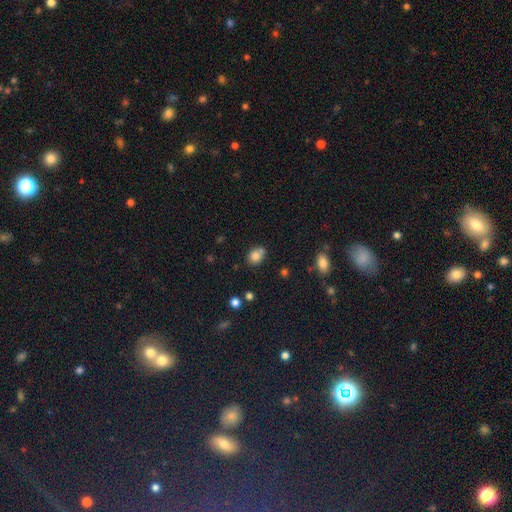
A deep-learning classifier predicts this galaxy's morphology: smooth 80%, star or artifact 12%, featured or disk 9%. Down the decision tree: how rounded — round (57%); merging — none (53%).